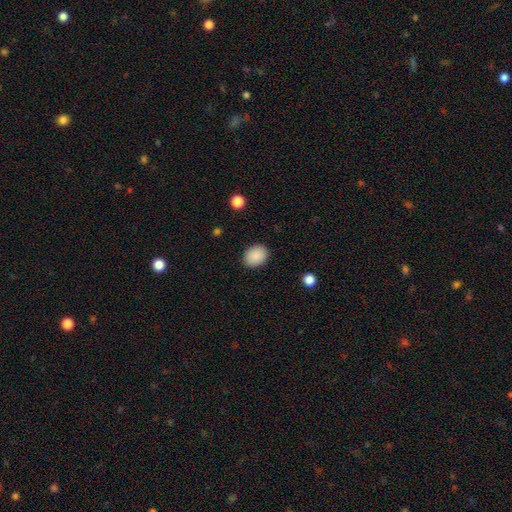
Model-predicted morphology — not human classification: smooth-or-featured: smooth: 89% | star or artifact: 8% | featured or disk: 3%
  how-rounded: in between: 61% | round: 38% | cigar-shaped: 1%
  merging: none: 89% | minor disturbance: 8% | major disturbance: 2% | merger: 1%